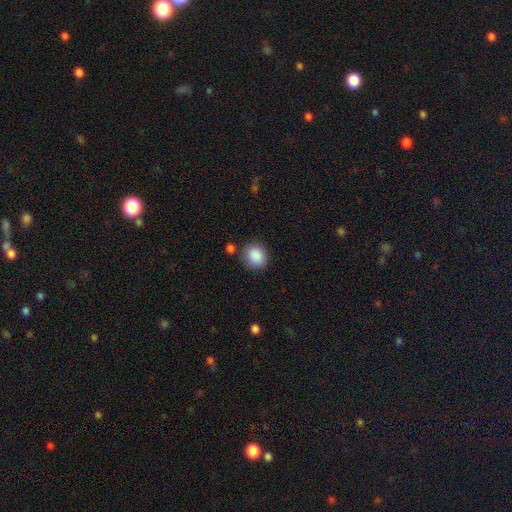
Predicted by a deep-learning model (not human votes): Morphology: type=smooth (89%); roundness=round (73%); merging=none (80%).